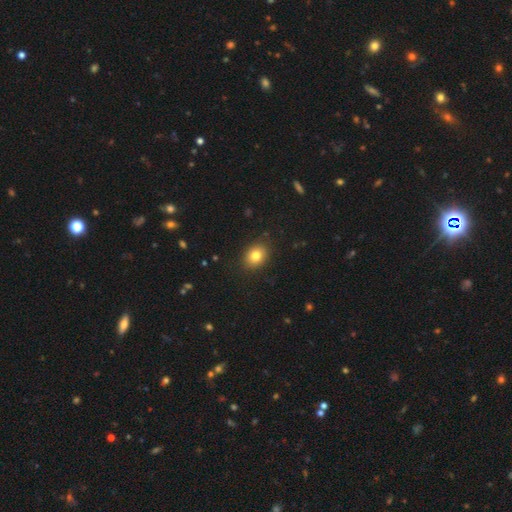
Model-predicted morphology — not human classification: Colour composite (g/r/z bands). It shows a smooth galaxy with no disk features (81%) that is in between round and cigar-shaped (56%). Merging: none (88%).